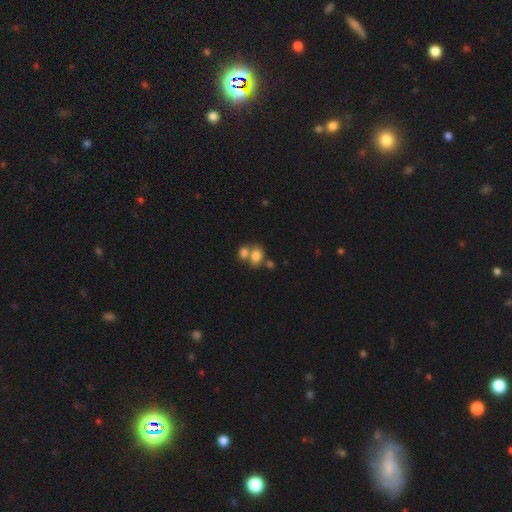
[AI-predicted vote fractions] smooth 79%, featured or disk 10%, star or artifact 10%. Down the decision tree: how rounded — in between (72%); merging — merger (51%).